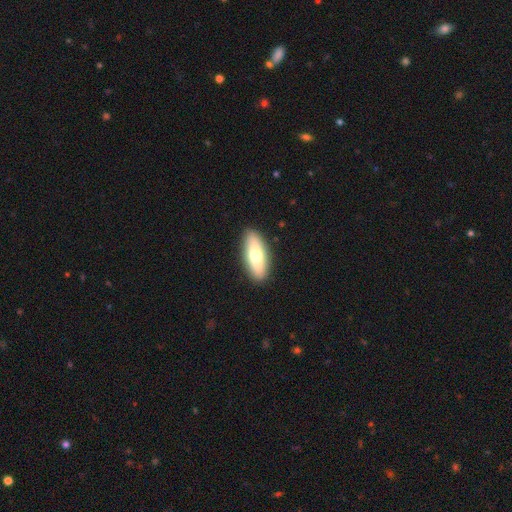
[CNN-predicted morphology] Smooth or featured: smooth — 71% (featured or disk — 23%)
How rounded: in between — 70% (cigar-shaped — 28%)
Merging: none — 89% (minor disturbance — 8%)